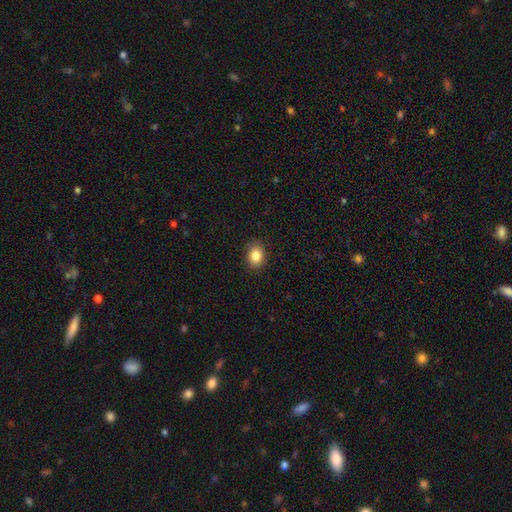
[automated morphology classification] smooth-or-featured: smooth: 85% | star or artifact: 9% | featured or disk: 6%
  how-rounded: in between: 59% | round: 40% | cigar-shaped: 1%
  merging: none: 89% | minor disturbance: 8% | major disturbance: 2% | merger: 1%